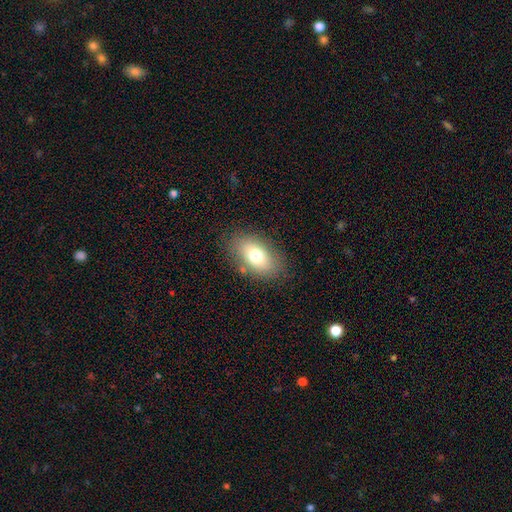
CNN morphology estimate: Smooth or featured: smooth — 71% (featured or disk — 20%)
How rounded: in between — 90% (round — 9%)
Merging: none — 81% (minor disturbance — 13%)